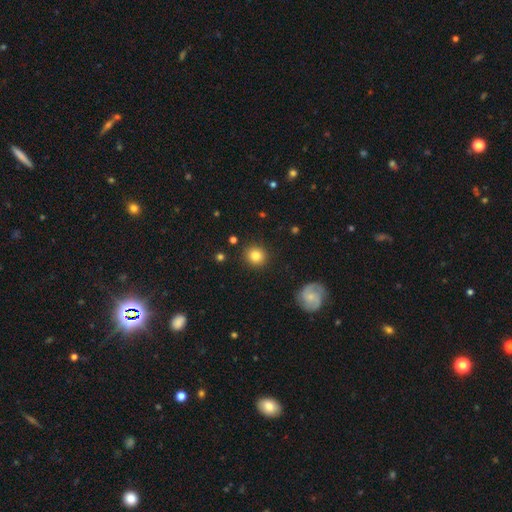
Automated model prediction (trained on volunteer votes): This appears to be a smooth galaxy with no disk features (83%) that is round (89%). Merging: none (89%).